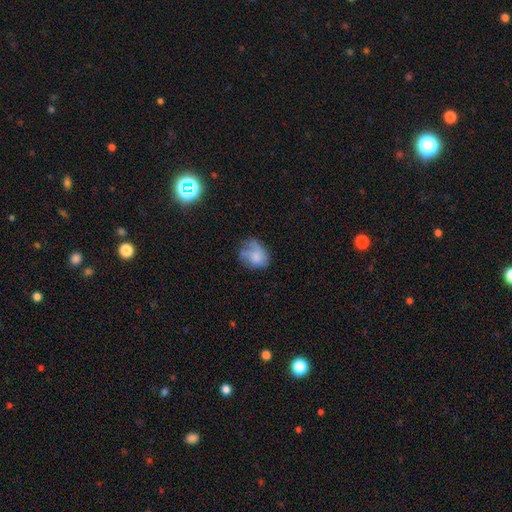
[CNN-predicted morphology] Q: Smooth or featured?
A: smooth (66%); runner-up: featured or disk (24%)
Q: How rounded?
A: in between (51%); runner-up: round (48%)
Q: Merging?
A: none (46%); runner-up: minor disturbance (32%)